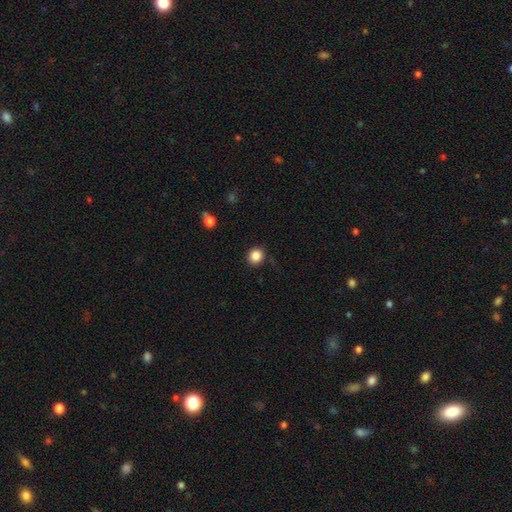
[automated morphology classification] Overall: smooth (86%). How rounded: round (85%). Merging: none (88%).